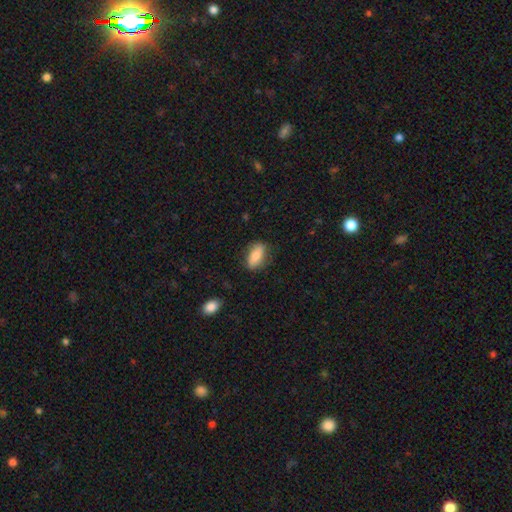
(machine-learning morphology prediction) smooth 75%, featured or disk 18%, star or artifact 7%. Down the decision tree: how rounded — in between (83%); merging — none (78%).